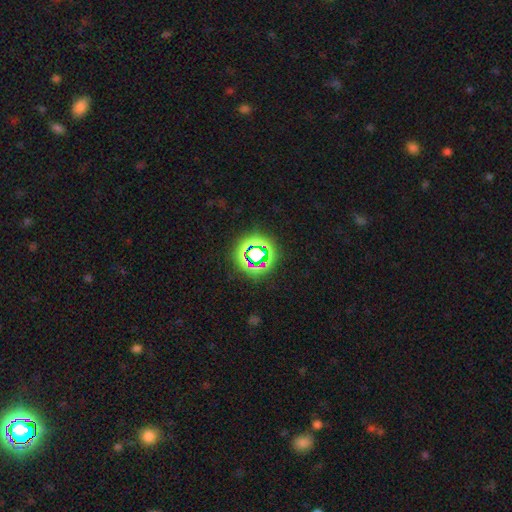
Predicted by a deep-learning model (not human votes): smooth-or-featured: star or artifact: 76% | smooth: 17% | featured or disk: 8%